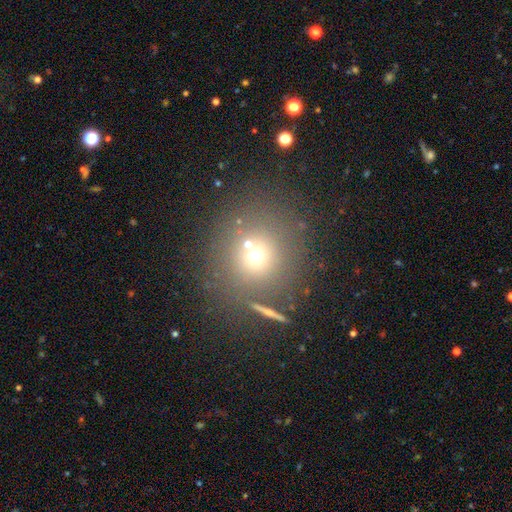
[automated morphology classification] This appears to be a smooth galaxy with no disk features (63%) that is round (91%). Merging: none (71%).